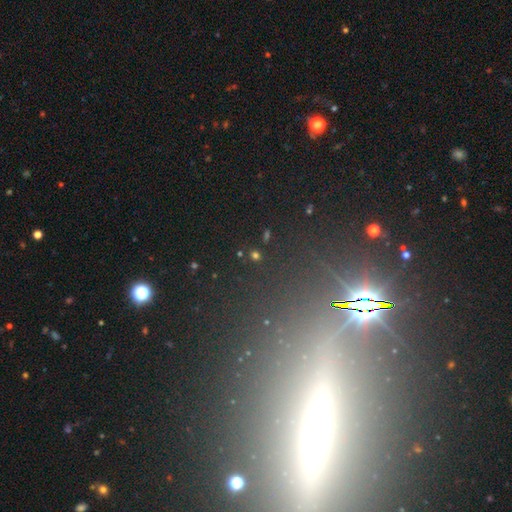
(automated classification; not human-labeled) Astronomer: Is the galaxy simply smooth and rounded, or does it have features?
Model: star or artifact — 51% (runner-up: smooth, 38%).